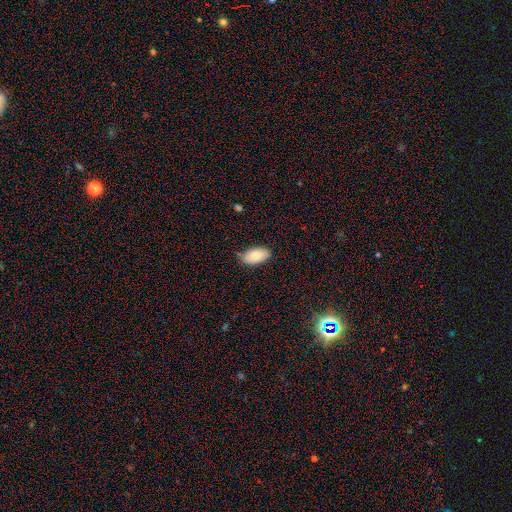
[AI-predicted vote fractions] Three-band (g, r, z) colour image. It shows a smooth galaxy with no disk features (84%) that is in between round and cigar-shaped (95%). Merging: none (81%).